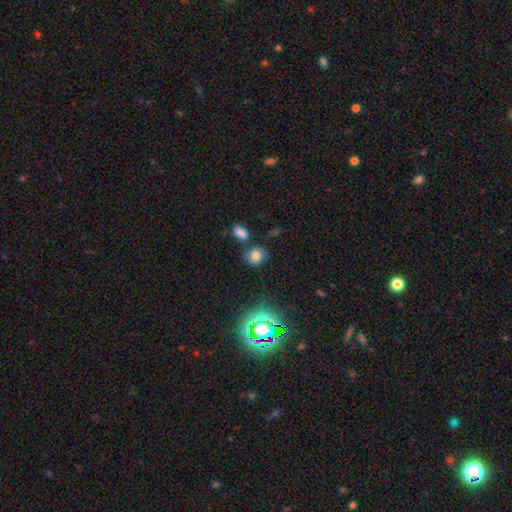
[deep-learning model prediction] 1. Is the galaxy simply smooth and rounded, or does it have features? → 73% smooth, 17% star or artifact, 10% featured or disk.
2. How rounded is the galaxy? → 65% round, 33% in between, 1% cigar-shaped.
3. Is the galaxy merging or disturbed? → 70% none, 14% minor disturbance, 12% merger, 4% major disturbance.